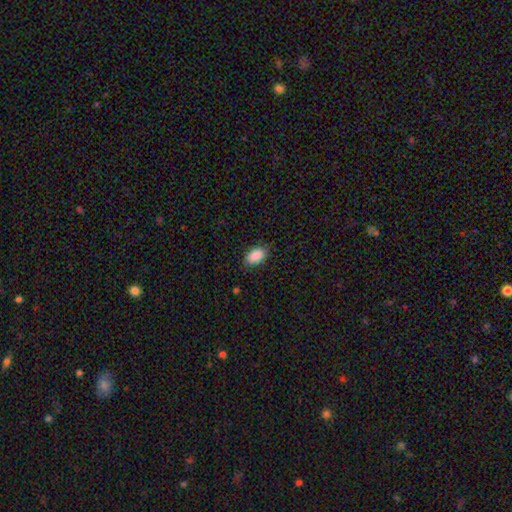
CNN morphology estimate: smooth_or_featured: smooth (p=0.90) [alt: star or artifact p=0.07]
how_rounded: in between (p=0.93) [alt: round p=0.05]
merging: none (p=0.84) [alt: minor disturbance p=0.12]